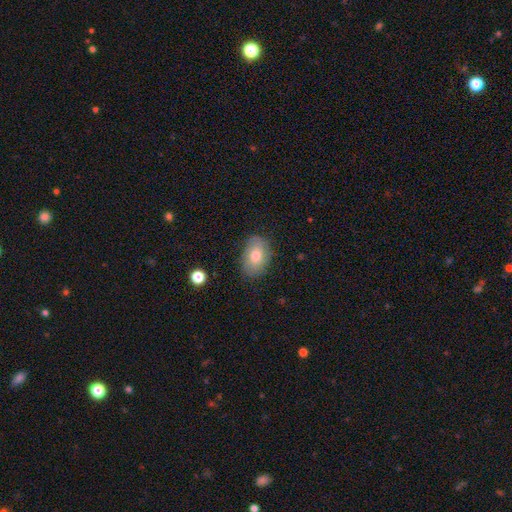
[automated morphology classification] A smooth galaxy with no disk features (76%) that is in between round and cigar-shaped (85%). Merging: none (81%).